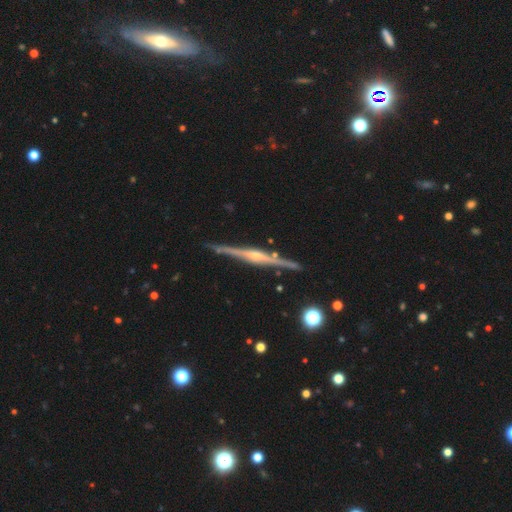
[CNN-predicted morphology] Q: Smooth or featured?
A: featured or disk (86%); runner-up: smooth (9%)
Q: Edge-on disk?
A: yes (98%); runner-up: no (2%)
Q: Edge-on bulge?
A: rounded (70%); runner-up: boxy (18%)
Q: Merging?
A: none (88%); runner-up: minor disturbance (9%)